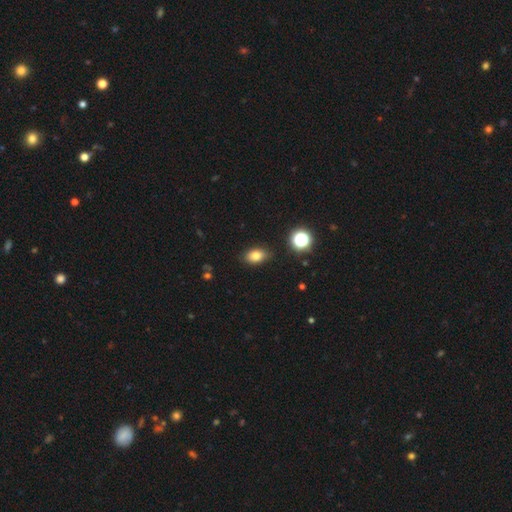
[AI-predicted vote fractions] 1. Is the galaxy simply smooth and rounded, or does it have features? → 80% smooth, 12% star or artifact, 8% featured or disk.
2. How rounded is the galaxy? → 82% in between, 16% round, 2% cigar-shaped.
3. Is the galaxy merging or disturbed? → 86% none, 10% minor disturbance, 2% major disturbance, 2% merger.